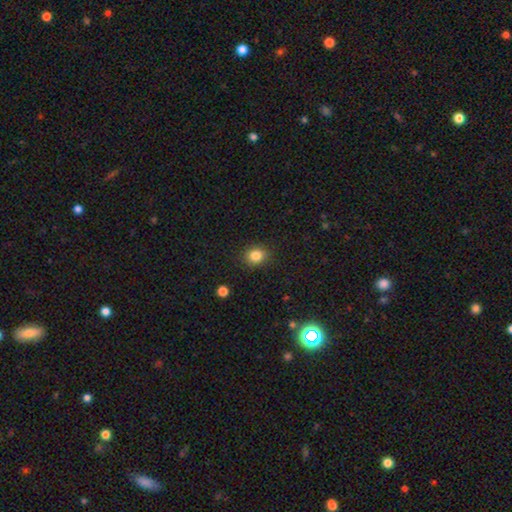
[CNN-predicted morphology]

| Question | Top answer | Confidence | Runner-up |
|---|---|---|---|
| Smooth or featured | smooth | 84% | star or artifact (11%) |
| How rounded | round | 69% | in between (30%) |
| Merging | none | 89% | minor disturbance (8%) |